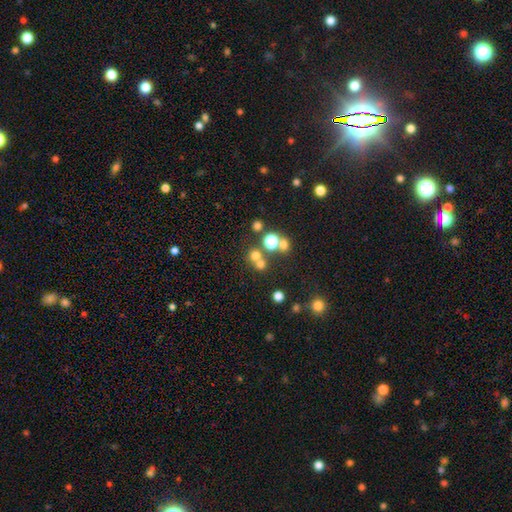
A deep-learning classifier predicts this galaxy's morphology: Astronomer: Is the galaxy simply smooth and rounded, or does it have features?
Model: smooth — 65%.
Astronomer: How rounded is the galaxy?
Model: round — 89%.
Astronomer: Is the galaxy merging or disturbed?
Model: none — 56% (runner-up: merger, 34%).